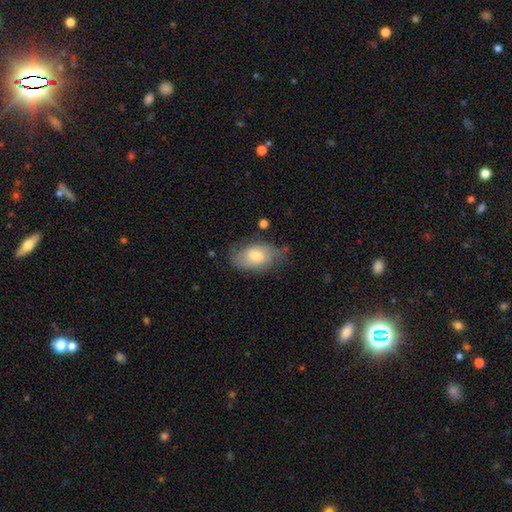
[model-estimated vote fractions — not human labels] Smooth or featured? Predicted: smooth (p=0.58). How rounded? Predicted: in between (p=0.88). Merging? Predicted: none (p=0.63).